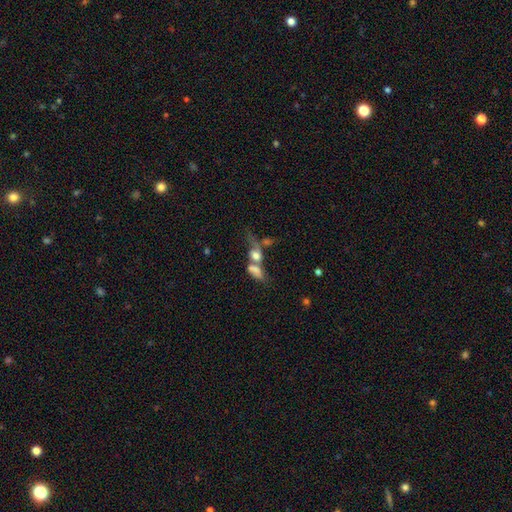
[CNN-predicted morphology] type=smooth (57%); roundness=in between (68%); merging=merger (63%).